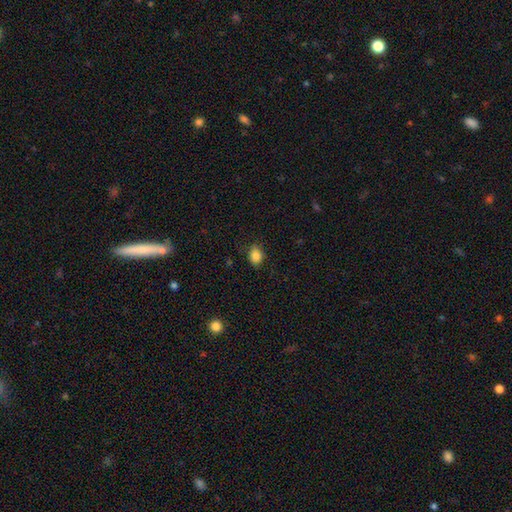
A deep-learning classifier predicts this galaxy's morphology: Smooth or featured? smooth (87%)
How rounded? in between (71%)
Merging? none (78%)